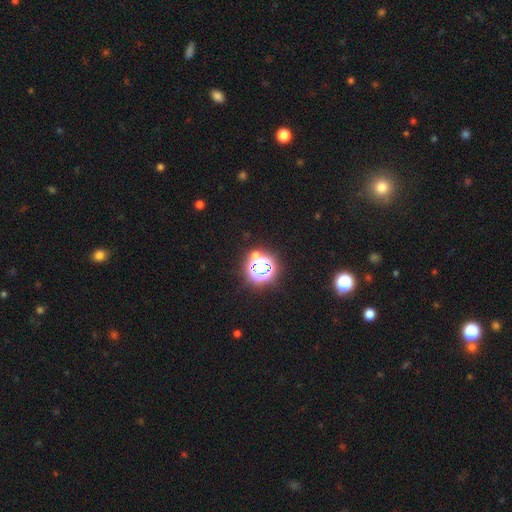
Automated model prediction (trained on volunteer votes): A star or artifact, not a galaxy (57%).

Vote fractions:
- Smooth or featured? star or artifact: 57% / smooth: 30% / featured or disk: 13%